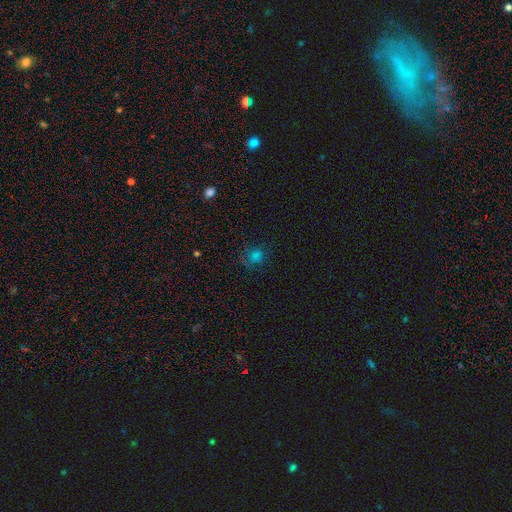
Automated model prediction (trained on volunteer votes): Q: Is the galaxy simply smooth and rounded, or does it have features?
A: smooth — 59%.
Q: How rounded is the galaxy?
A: round — 74%.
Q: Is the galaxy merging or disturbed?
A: none — 61%.